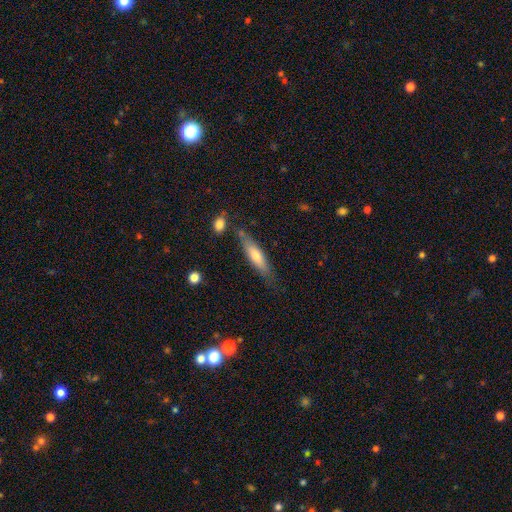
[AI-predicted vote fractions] A smooth galaxy with no disk features (63%) that is cigar-shaped (78%). Merging: none (76%).